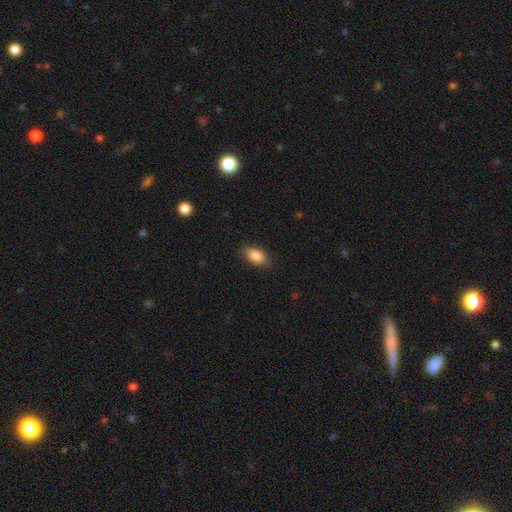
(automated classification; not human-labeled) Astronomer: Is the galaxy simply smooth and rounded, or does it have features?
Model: smooth — 86%.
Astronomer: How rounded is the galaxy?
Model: in between — 91%.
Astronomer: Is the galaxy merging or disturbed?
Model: none — 86%.